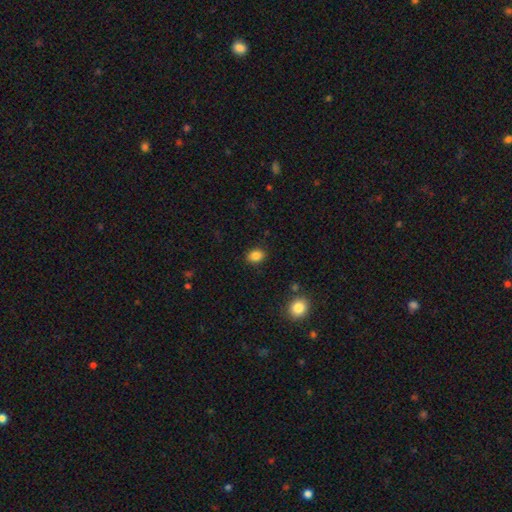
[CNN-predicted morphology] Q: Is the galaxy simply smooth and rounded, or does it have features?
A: smooth — 85%.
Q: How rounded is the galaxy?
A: in between — 60%.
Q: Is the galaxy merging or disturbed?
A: none — 87%.